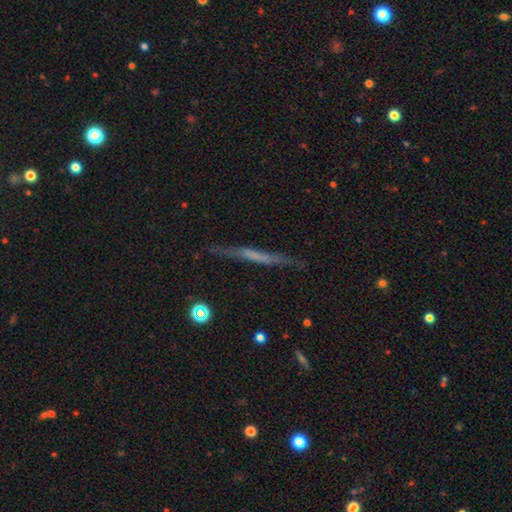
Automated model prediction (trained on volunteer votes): Smooth or featured: featured or disk — 57% (smooth — 34%)
Edge-on disk: yes — 91% (no — 9%)
Edge-on bulge: none — 77% (boxy — 12%)
Merging: none — 77% (minor disturbance — 16%)